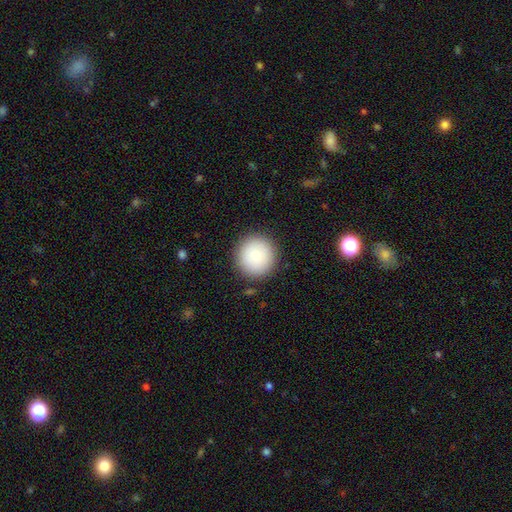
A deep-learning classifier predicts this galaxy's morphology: smooth-or-featured: smooth: 86% | star or artifact: 7% | featured or disk: 7%
  how-rounded: round: 95% | in between: 4% | cigar-shaped: 1%
  merging: none: 90% | minor disturbance: 7% | major disturbance: 2% | merger: 1%